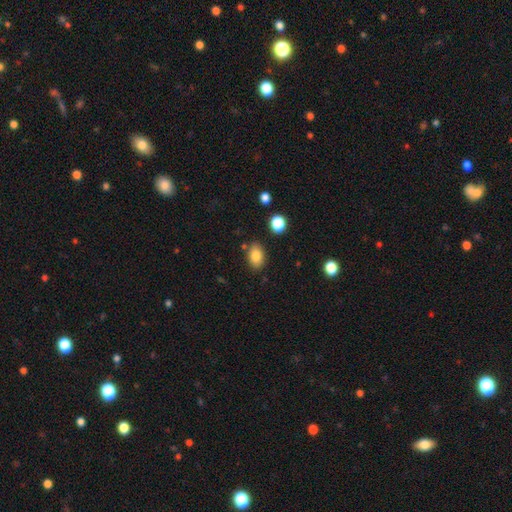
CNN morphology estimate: Smooth or featured: smooth — 84% (star or artifact — 9%)
How rounded: in between — 81% (round — 18%)
Merging: none — 82% (minor disturbance — 12%)